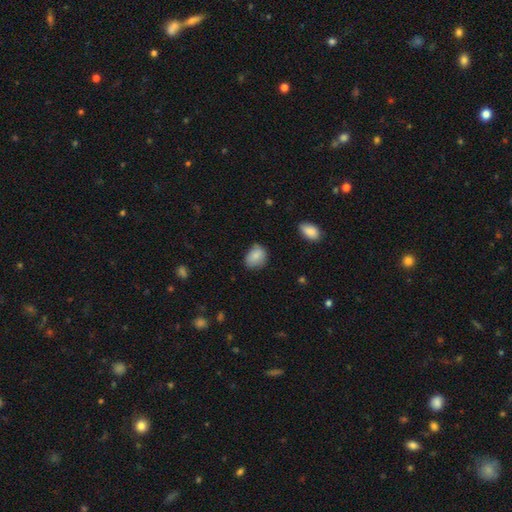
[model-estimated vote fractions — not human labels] A smooth galaxy with no disk features (83%) that is in between round and cigar-shaped (58%).

Vote fractions:
- Smooth or featured? smooth: 83% / featured or disk: 9% / star or artifact: 8%
- How rounded? in between: 58% / round: 41% / cigar-shaped: 1%
- Merging? none: 64% / minor disturbance: 29% / major disturbance: 5% / merger: 2%